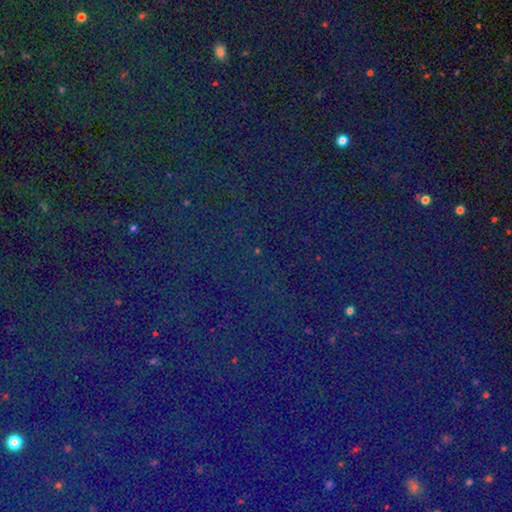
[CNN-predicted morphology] Overall: star or artifact (82%).